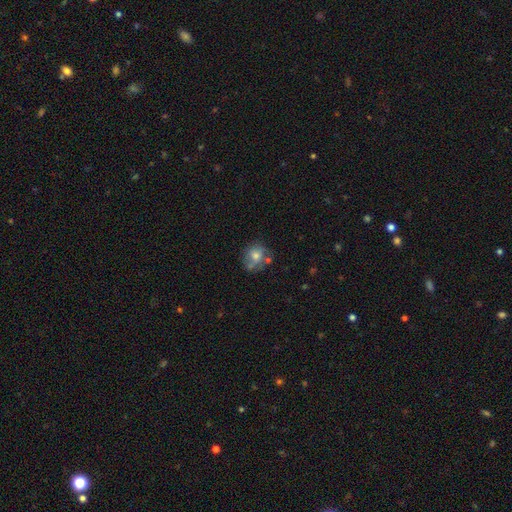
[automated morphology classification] A smooth galaxy with no disk features (57%) that is round (67%).

Vote fractions:
- Smooth or featured? smooth: 57% / featured or disk: 33% / star or artifact: 10%
- How rounded? round: 67% / in between: 32% / cigar-shaped: 1%
- Merging? none: 51% / minor disturbance: 25% / major disturbance: 12% / merger: 11%